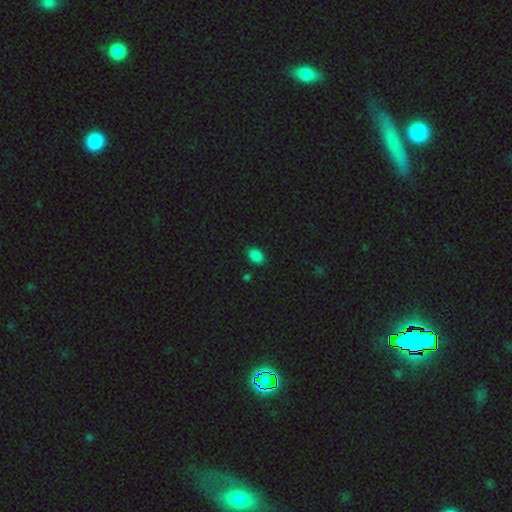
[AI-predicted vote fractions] Q: Smooth or featured?
A: smooth (84%); runner-up: star or artifact (13%)
Q: How rounded?
A: in between (75%); runner-up: round (24%)
Q: Merging?
A: none (86%); runner-up: minor disturbance (10%)